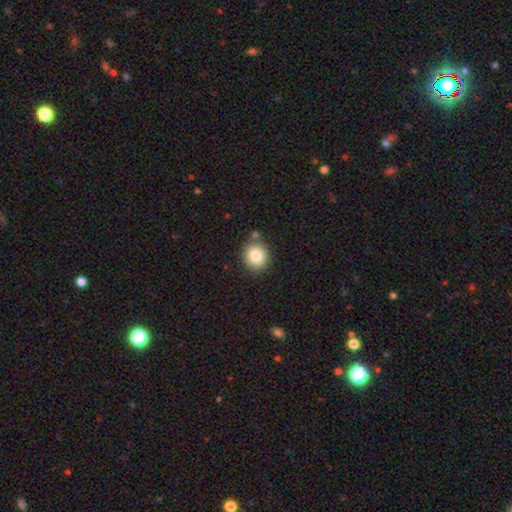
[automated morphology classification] A smooth galaxy with no disk features (83%) that is round (85%). Merging: none (81%).